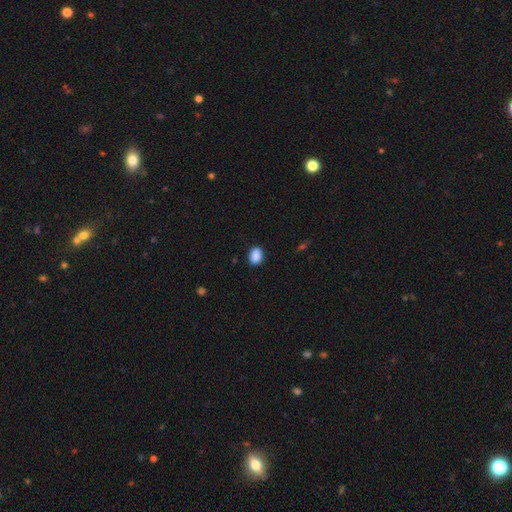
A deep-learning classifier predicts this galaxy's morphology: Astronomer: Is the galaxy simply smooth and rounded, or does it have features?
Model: smooth — 89%.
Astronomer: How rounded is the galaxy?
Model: in between — 72%.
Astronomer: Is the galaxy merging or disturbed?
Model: none — 86%.